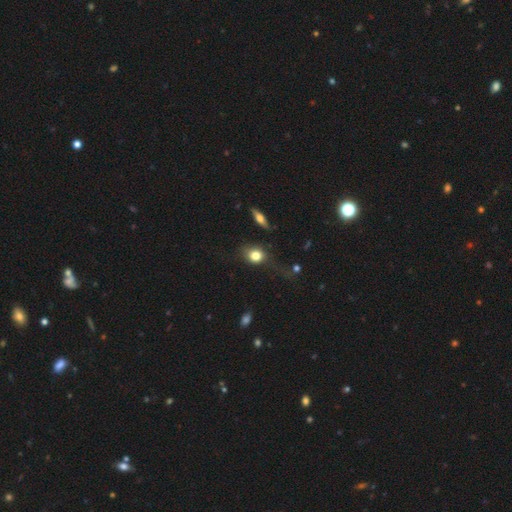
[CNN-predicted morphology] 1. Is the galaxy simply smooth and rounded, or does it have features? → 79% smooth, 11% featured or disk, 10% star or artifact.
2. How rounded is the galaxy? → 59% round, 38% in between, 2% cigar-shaped.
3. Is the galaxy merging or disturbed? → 55% none, 24% minor disturbance, 17% major disturbance, 4% merger.